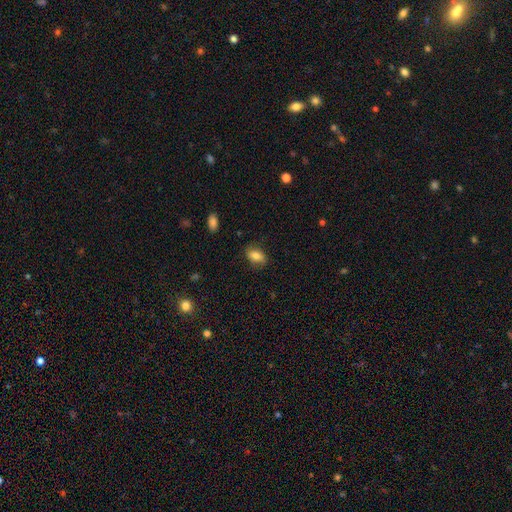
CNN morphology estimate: Smooth or featured? Predicted: smooth (p=0.79). How rounded? Predicted: in between (p=0.86). Merging? Predicted: none (p=0.80).